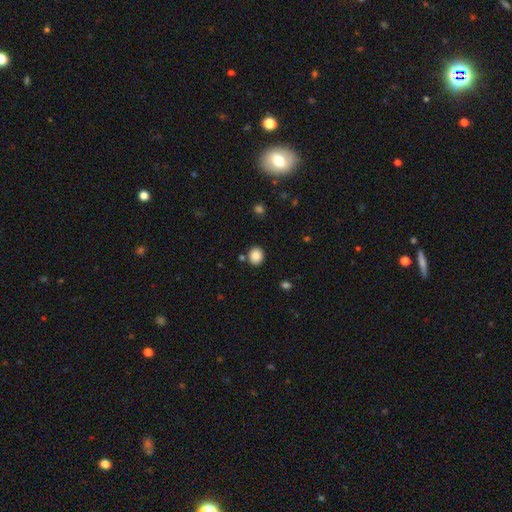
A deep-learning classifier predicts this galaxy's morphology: Smooth or featured?
  - smooth: 86% *
  - star or artifact: 9%
  - featured or disk: 5%
How rounded?
  - round: 66% *
  - in between: 33%
  - cigar-shaped: 1%
Merging?
  - none: 83% *
  - minor disturbance: 9%
  - merger: 5%
  - major disturbance: 3%